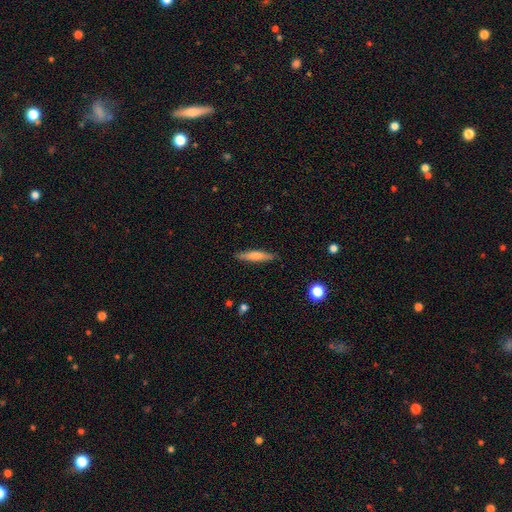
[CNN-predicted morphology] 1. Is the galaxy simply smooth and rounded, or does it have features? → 66% smooth, 27% featured or disk, 6% star or artifact.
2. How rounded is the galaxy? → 88% cigar-shaped, 11% in between, 1% round.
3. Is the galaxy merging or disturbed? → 88% none, 9% minor disturbance, 2% major disturbance, 1% merger.